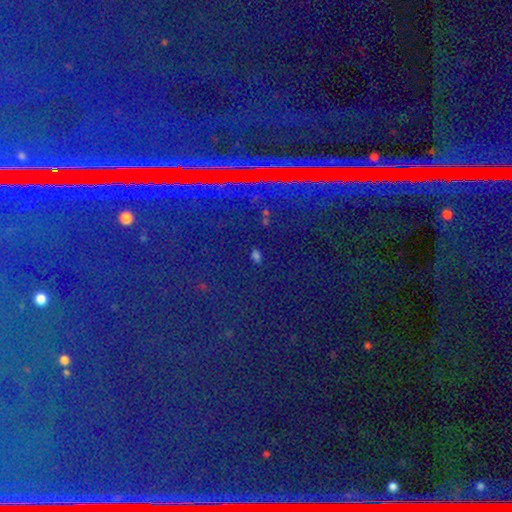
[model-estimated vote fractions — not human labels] A star or artifact, not a galaxy (85%).

Vote fractions:
- Smooth or featured? star or artifact: 85% / smooth: 8% / featured or disk: 7%